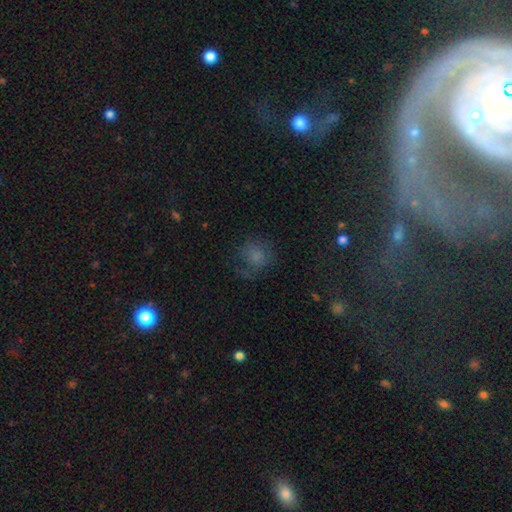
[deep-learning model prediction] Smooth or featured: smooth — 70% (star or artifact — 17%)
How rounded: round — 81% (in between — 17%)
Merging: none — 57% (minor disturbance — 22%)